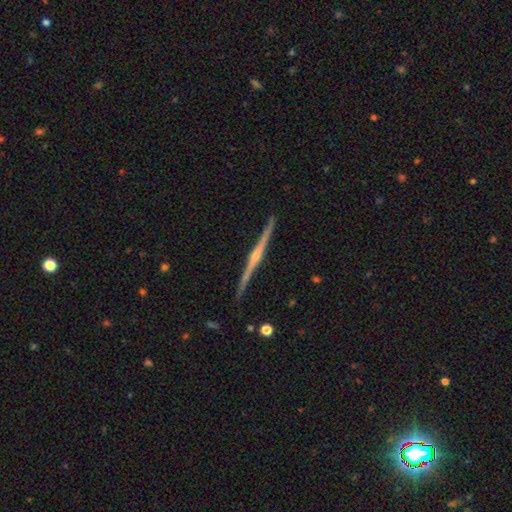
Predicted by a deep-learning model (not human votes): Overall: featured or disk (87%). Edge-on disk: yes (99%). Edge-on bulge: rounded (81%). Merging: none (91%).